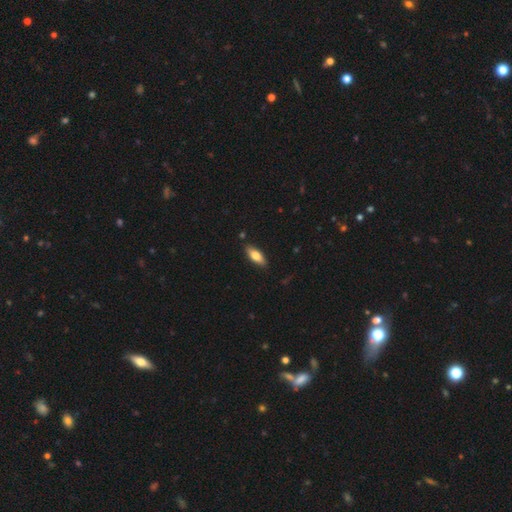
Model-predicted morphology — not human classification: Smooth or featured? smooth (70%)
How rounded? in between (72%)
Merging? none (87%)